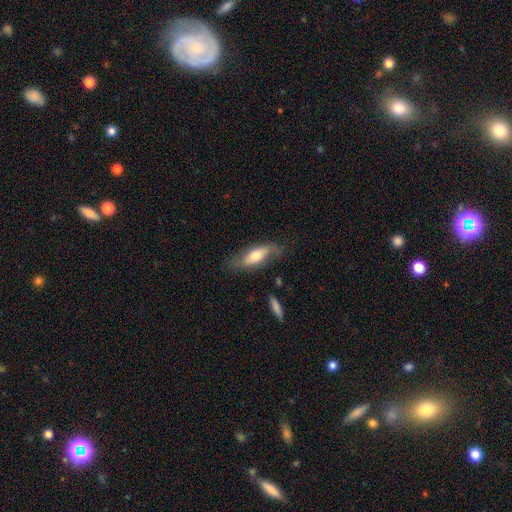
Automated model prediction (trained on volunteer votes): smooth-or-featured: smooth: 51% | featured or disk: 43% | star or artifact: 6%
  how-rounded: in between: 64% | cigar-shaped: 33% | round: 3%
  merging: none: 64% | minor disturbance: 25% | major disturbance: 9% | merger: 3%